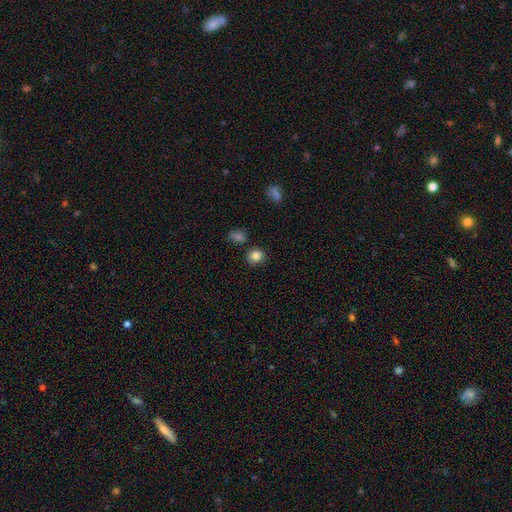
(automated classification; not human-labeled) smooth 85%, star or artifact 11%, featured or disk 4%. Down the decision tree: how rounded — round (86%); merging — none (83%).